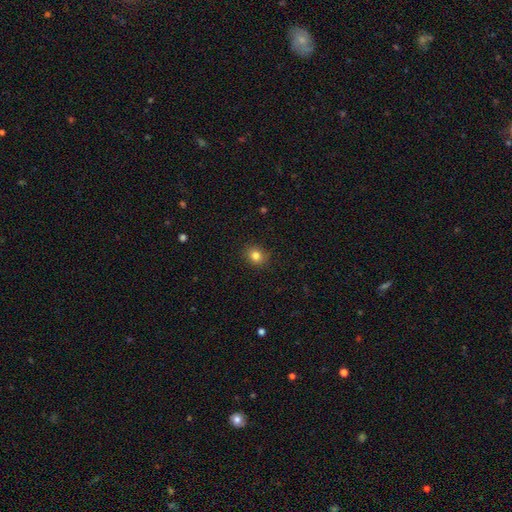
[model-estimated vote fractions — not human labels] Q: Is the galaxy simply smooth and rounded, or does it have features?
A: smooth — 82%.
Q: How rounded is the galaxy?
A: round — 75%.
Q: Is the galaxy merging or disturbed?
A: none — 89%.